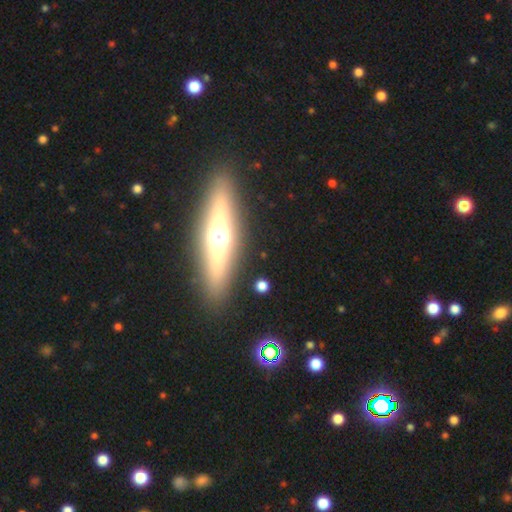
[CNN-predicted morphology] smooth-or-featured: featured or disk: 61% | smooth: 30% | star or artifact: 9%
  disk-edge-on: yes: 91% | no: 9%
    edge-on-bulge: rounded: 88% | none: 7% | boxy: 5%
  merging: none: 89% | minor disturbance: 7% | major disturbance: 2% | merger: 1%